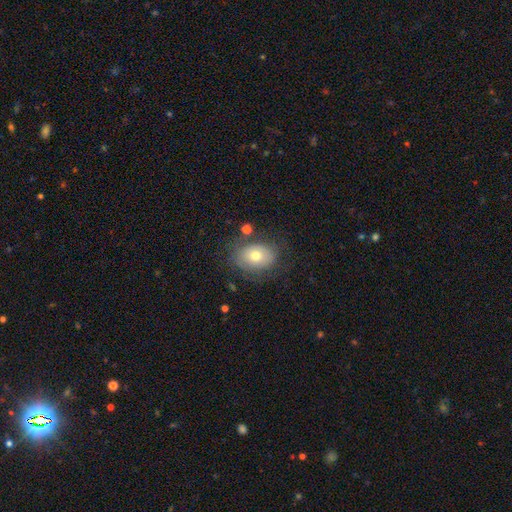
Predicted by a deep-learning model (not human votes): Morphology: type=smooth (65%); roundness=in between (66%); merging=none (69%).